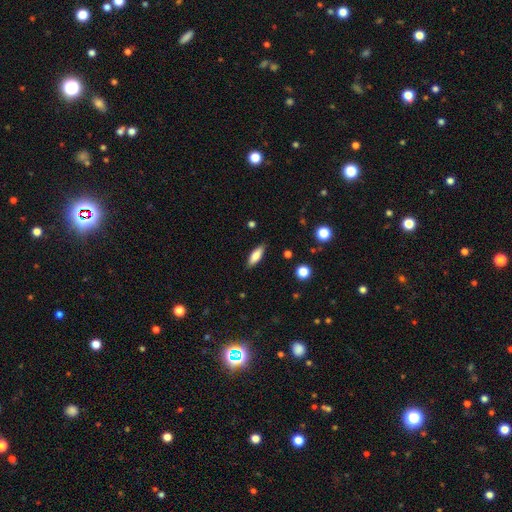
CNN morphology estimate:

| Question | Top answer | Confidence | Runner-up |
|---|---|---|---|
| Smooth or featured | smooth | 81% | featured or disk (13%) |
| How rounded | in between | 62% | cigar-shaped (36%) |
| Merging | none | 87% | minor disturbance (10%) |